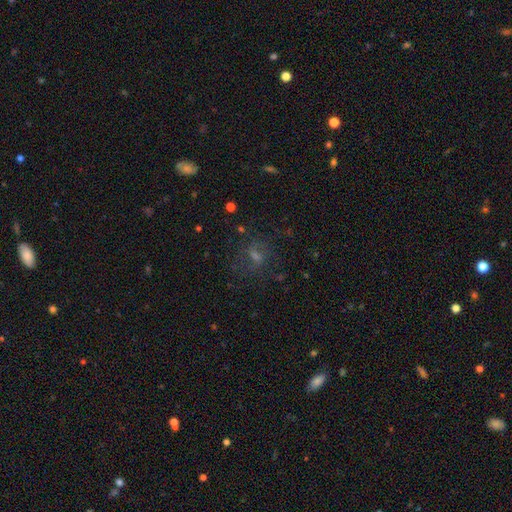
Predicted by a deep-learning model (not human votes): Smooth or featured? smooth (45%)
Merging? none (64%)